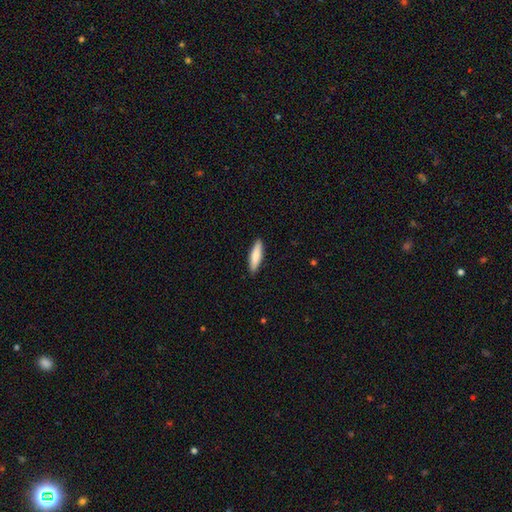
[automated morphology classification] type=smooth (80%); roundness=cigar-shaped (71%); merging=none (90%).